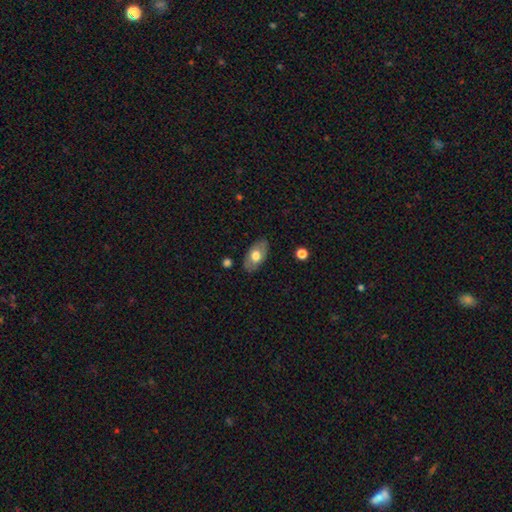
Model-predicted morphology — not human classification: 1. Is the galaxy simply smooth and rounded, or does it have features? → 62% smooth, 32% featured or disk, 6% star or artifact.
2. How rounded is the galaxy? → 92% in between, 5% round, 2% cigar-shaped.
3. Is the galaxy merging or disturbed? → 83% none, 12% minor disturbance, 3% major disturbance, 1% merger.